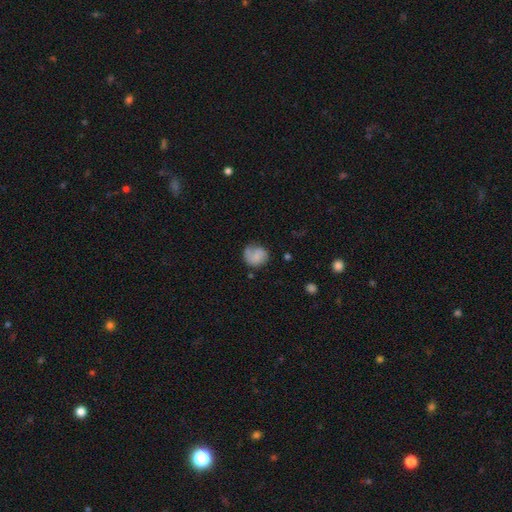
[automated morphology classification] smooth 59%, featured or disk 32%, star or artifact 8%. Down the decision tree: how rounded — round (75%); merging — none (56%).